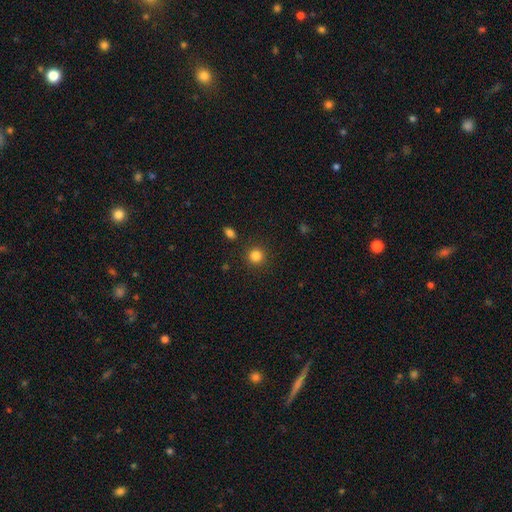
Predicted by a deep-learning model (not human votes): Smooth or featured?
  - smooth: 84% *
  - star or artifact: 11%
  - featured or disk: 4%
How rounded?
  - round: 93% *
  - in between: 6%
  - cigar-shaped: 1%
Merging?
  - none: 89% *
  - minor disturbance: 6%
  - major disturbance: 2%
  - merger: 2%